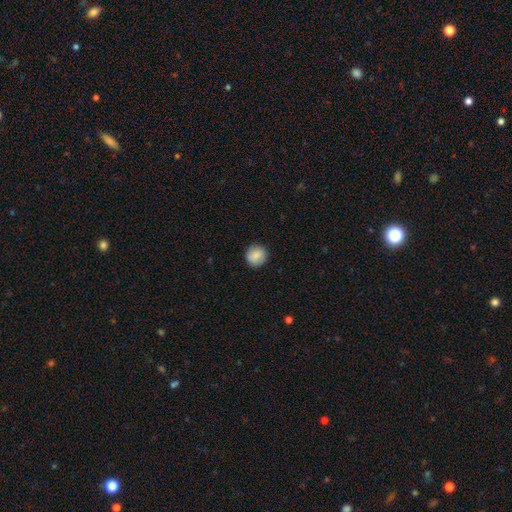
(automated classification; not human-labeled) Overall: smooth (83%). How rounded: round (91%). Merging: none (88%).